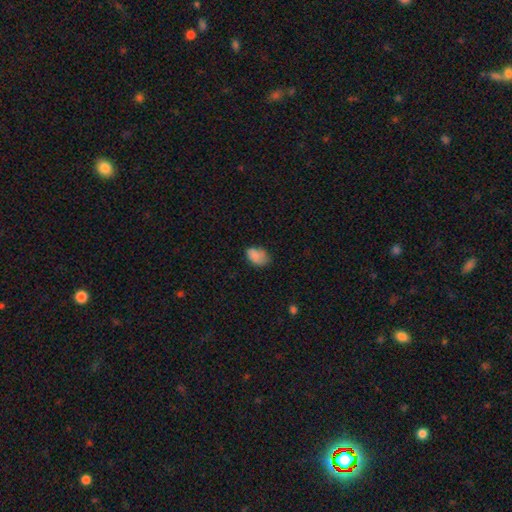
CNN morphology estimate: Smooth or featured: smooth — 83% (star or artifact — 10%)
How rounded: in between — 87% (round — 12%)
Merging: none — 59% (minor disturbance — 31%)